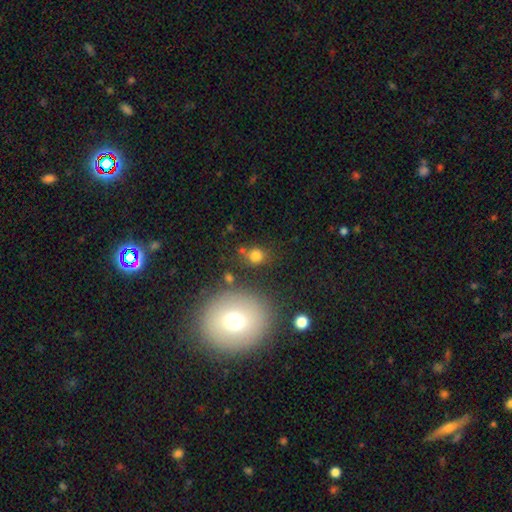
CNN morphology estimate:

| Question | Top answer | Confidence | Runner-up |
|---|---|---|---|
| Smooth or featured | smooth | 76% | star or artifact (17%) |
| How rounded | round | 74% | in between (24%) |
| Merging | none | 73% | minor disturbance (12%) |